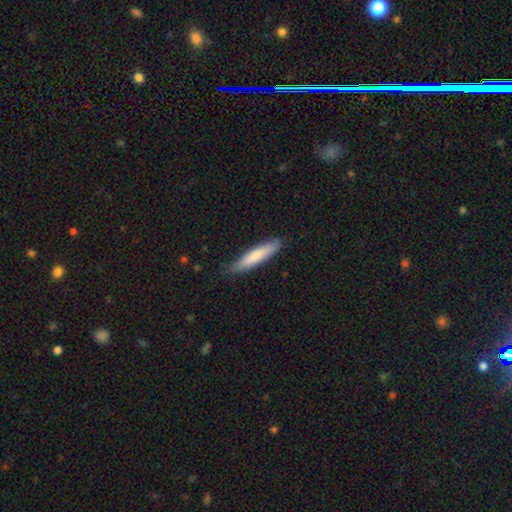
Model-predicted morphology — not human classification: Smooth or featured? Predicted: smooth (p=0.76). How rounded? Predicted: cigar-shaped (p=0.87). Merging? Predicted: none (p=0.84).